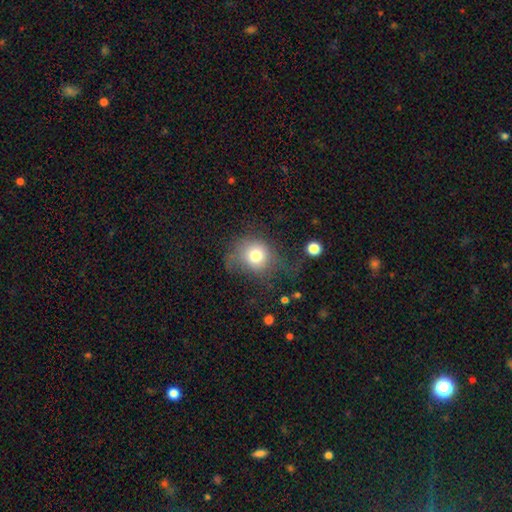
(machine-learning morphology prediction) Smooth or featured: smooth — 74% (featured or disk — 14%)
How rounded: round — 77% (in between — 22%)
Merging: none — 45% (major disturbance — 26%)